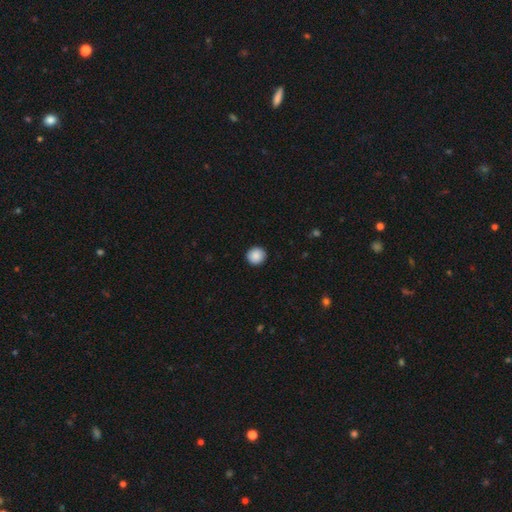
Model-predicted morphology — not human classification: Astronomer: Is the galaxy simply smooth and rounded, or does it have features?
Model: smooth — 89%.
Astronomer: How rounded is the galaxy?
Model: round — 93%.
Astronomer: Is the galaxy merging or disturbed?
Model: none — 92%.